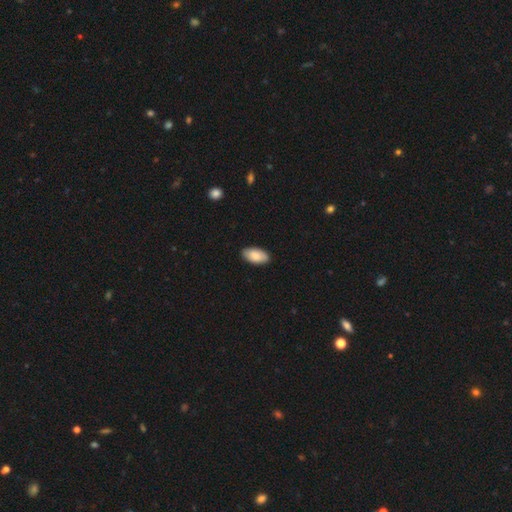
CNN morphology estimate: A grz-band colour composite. It shows a smooth galaxy with no disk features (87%) that is in between round and cigar-shaped (95%). Merging: none (88%).